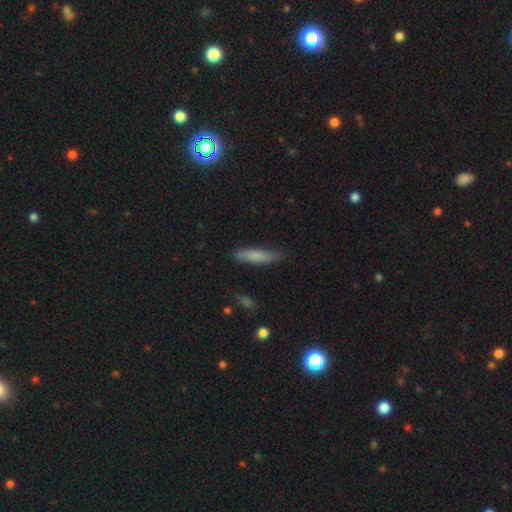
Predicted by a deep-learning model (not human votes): This appears to be a smooth galaxy with no disk features (78%) that is cigar-shaped (80%). Merging: none (80%).